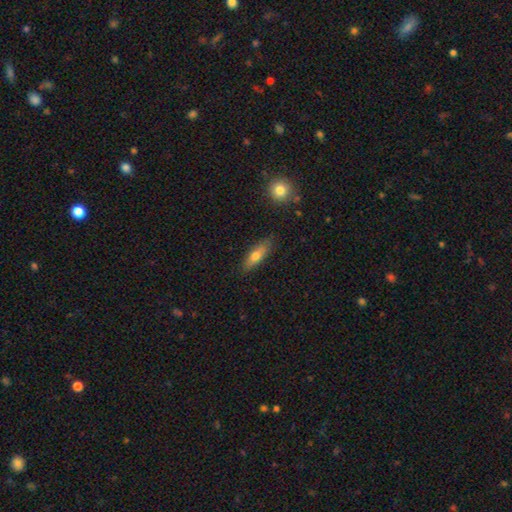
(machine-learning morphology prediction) type=smooth (70%); roundness=in between (51%); merging=none (83%).